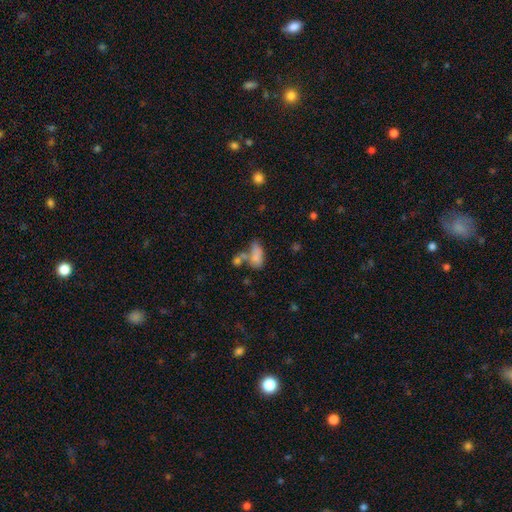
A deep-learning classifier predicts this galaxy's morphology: A smooth galaxy with no disk features (74%) that is in between round and cigar-shaped (85%). Merging: merger (37%).